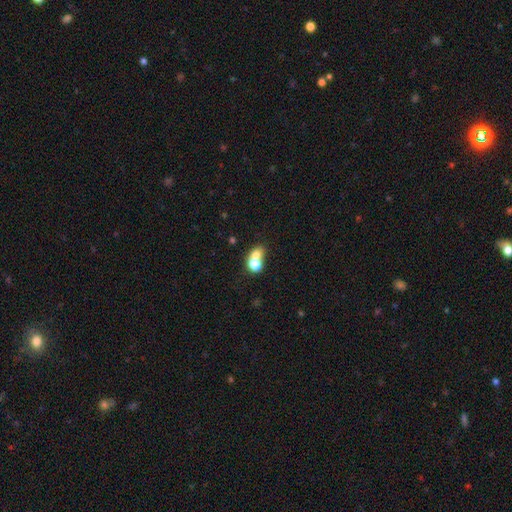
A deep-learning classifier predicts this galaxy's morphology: The model was most divided on "how rounded": round: 61%, in between: 38%, cigar-shaped: 1%. More confident: smooth or featured — smooth (71%); merging — merger (60%).